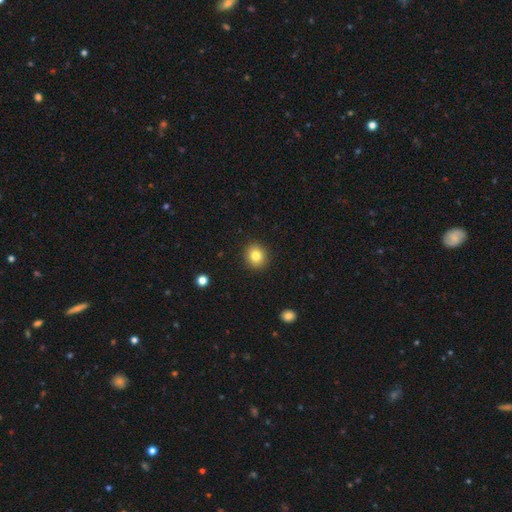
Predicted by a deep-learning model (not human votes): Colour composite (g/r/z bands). It shows a smooth galaxy with no disk features (82%) that is round (87%). Merging: none (92%).